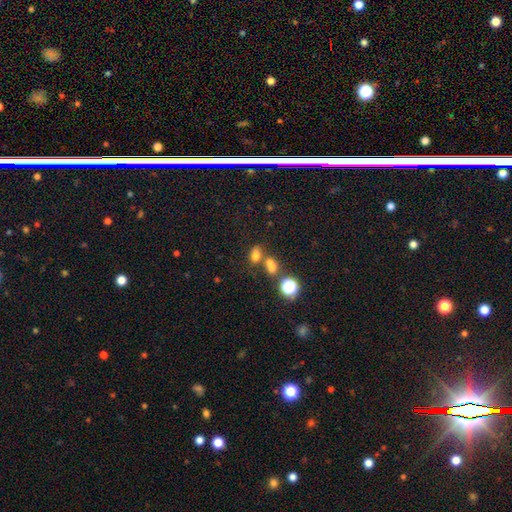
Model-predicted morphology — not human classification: Q: Smooth or featured?
A: smooth (70%); runner-up: star or artifact (20%)
Q: How rounded?
A: in between (72%); runner-up: round (26%)
Q: Merging?
A: none (46%); runner-up: merger (38%)